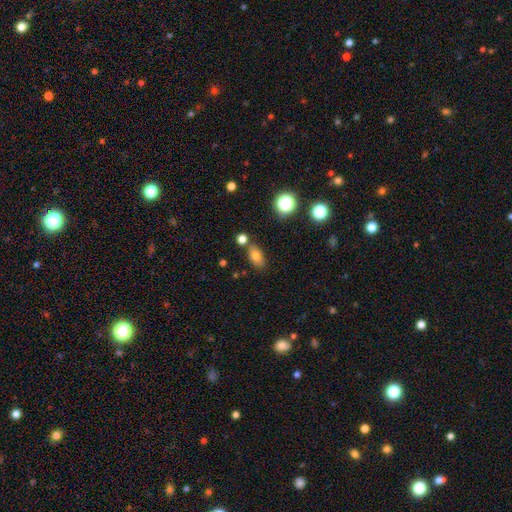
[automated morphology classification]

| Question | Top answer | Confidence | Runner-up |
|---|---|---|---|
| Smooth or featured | smooth | 75% | star or artifact (13%) |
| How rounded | in between | 83% | round (11%) |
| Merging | none | 73% | minor disturbance (12%) |